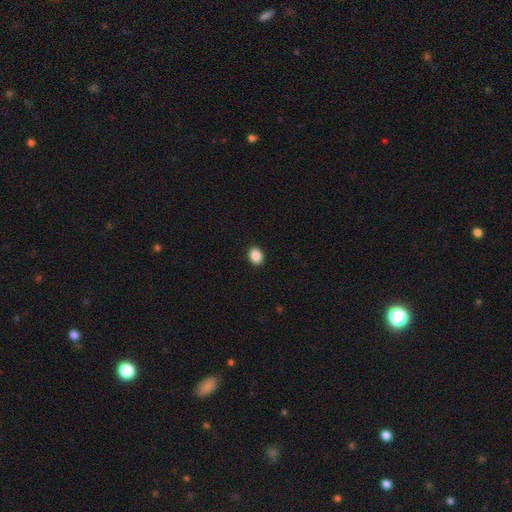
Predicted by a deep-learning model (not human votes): smooth-or-featured: smooth: 89% | star or artifact: 8% | featured or disk: 3%
  how-rounded: in between: 58% | round: 41% | cigar-shaped: 1%
  merging: none: 91% | minor disturbance: 7% | major disturbance: 2% | merger: 1%